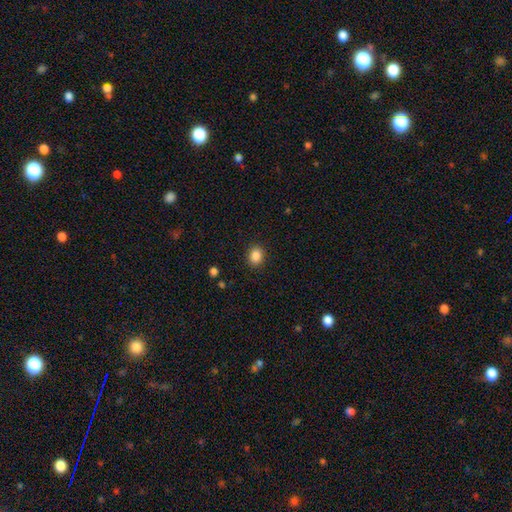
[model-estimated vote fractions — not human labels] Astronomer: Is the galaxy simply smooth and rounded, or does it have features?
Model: smooth — 87%.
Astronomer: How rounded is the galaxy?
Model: round — 57% (runner-up: in between, 42%).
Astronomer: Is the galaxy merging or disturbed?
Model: none — 90%.